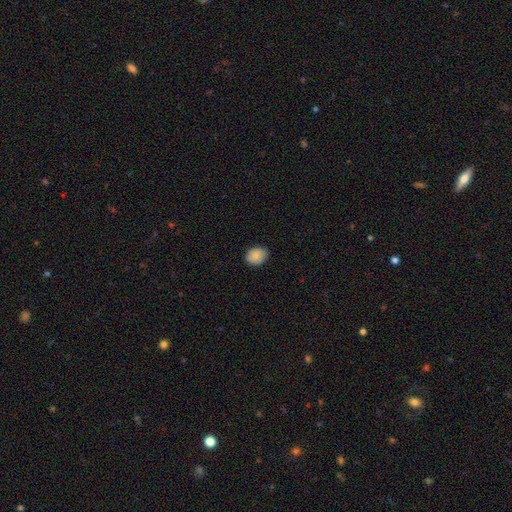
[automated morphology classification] A smooth galaxy with no disk features (86%) that is in between round and cigar-shaped (53%).

Vote fractions:
- Smooth or featured? smooth: 86% / star or artifact: 7% / featured or disk: 6%
- How rounded? in between: 53% / round: 46% / cigar-shaped: 1%
- Merging? none: 84% / minor disturbance: 13% / major disturbance: 2% / merger: 1%